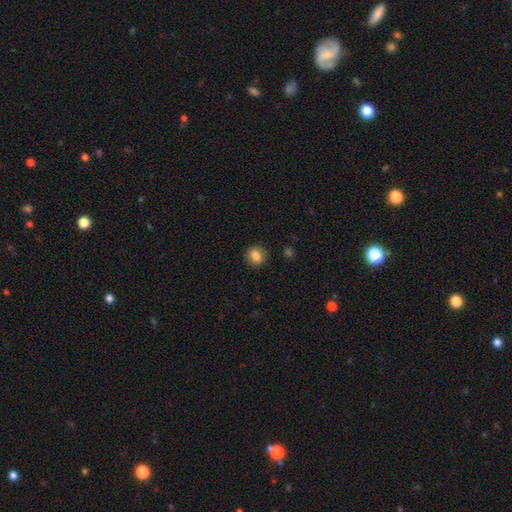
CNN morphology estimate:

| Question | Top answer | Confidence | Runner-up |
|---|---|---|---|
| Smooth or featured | smooth | 84% | star or artifact (9%) |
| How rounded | round | 61% | in between (37%) |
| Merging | none | 87% | minor disturbance (10%) |